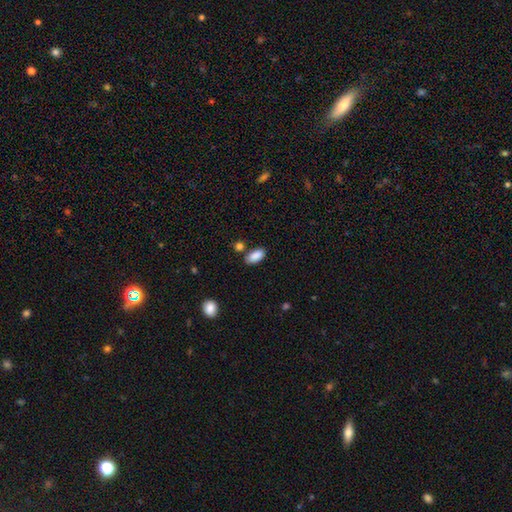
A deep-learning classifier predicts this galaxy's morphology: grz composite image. It shows a smooth galaxy with no disk features (89%) that is in between round and cigar-shaped (91%). Merging: none (76%).